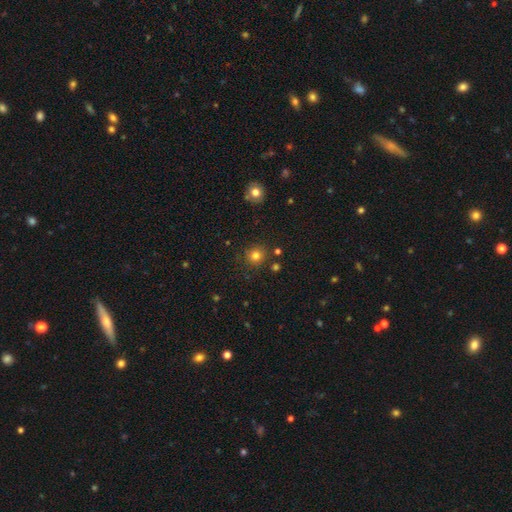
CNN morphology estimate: Smooth or featured? Predicted: smooth (p=0.79). How rounded? Predicted: round (p=0.91). Merging? Predicted: none (p=0.86).